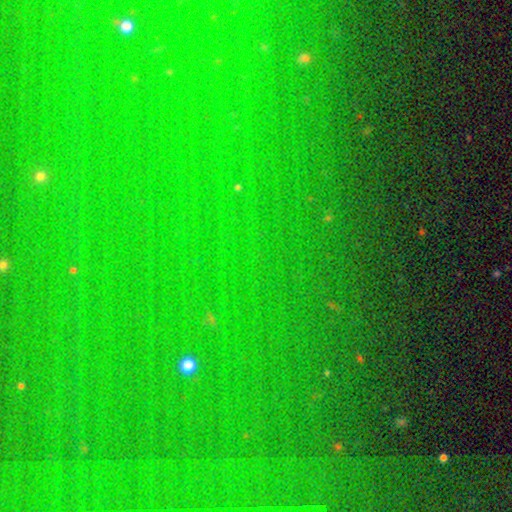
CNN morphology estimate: Smooth or featured? Predicted: star or artifact (p=0.81).